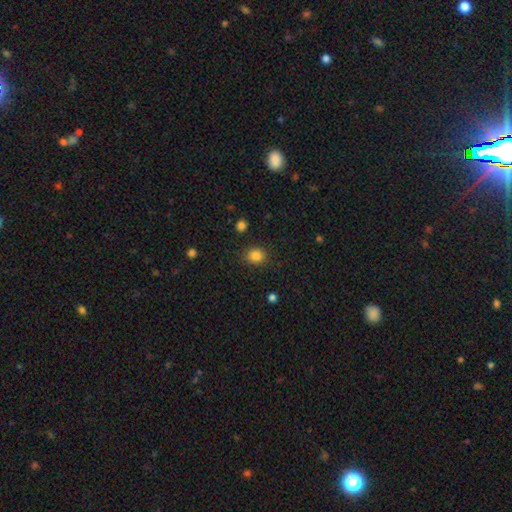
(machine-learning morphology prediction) The model was most divided on "how rounded": round: 71%, in between: 28%, cigar-shaped: 1%. More confident: merging — none (85%); smooth or featured — smooth (84%).